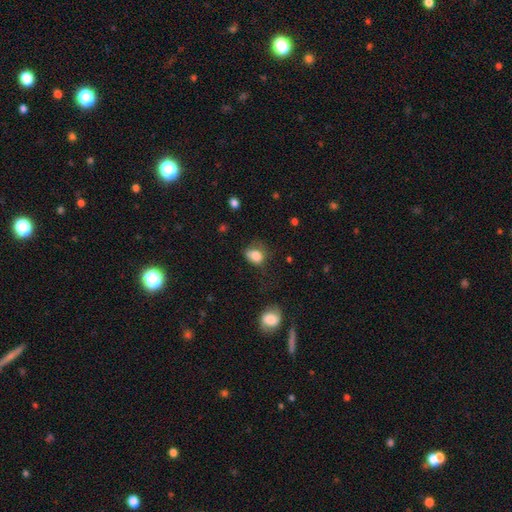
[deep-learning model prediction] Smooth or featured?
  - smooth: 81% *
  - featured or disk: 10%
  - star or artifact: 10%
How rounded?
  - in between: 57% *
  - round: 42%
  - cigar-shaped: 1%
Merging?
  - none: 45% *
  - minor disturbance: 32%
  - major disturbance: 19%
  - merger: 3%